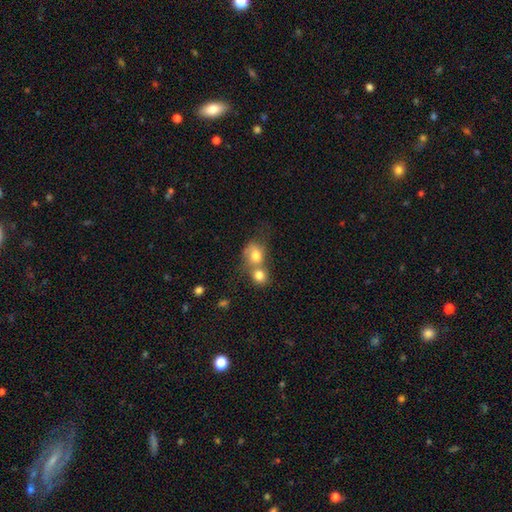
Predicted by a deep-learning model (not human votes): smooth_or_featured: smooth (p=0.76) [alt: featured or disk p=0.14]
how_rounded: round (p=0.67) [alt: in between p=0.32]
merging: merger (p=0.61) [alt: none p=0.26]